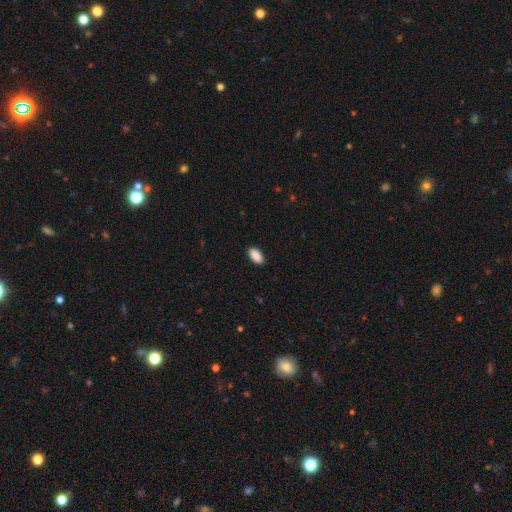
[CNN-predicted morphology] smooth 91%, star or artifact 7%, featured or disk 3%. Down the decision tree: how rounded — in between (93%); merging — none (89%).